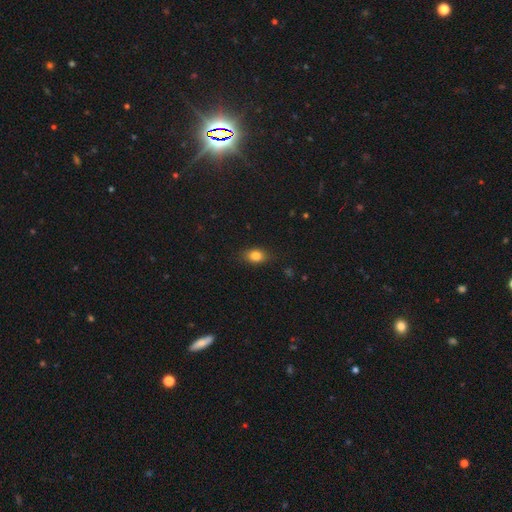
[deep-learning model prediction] Smooth or featured? Predicted: smooth (p=0.82). How rounded? Predicted: in between (p=0.73). Merging? Predicted: none (p=0.84).